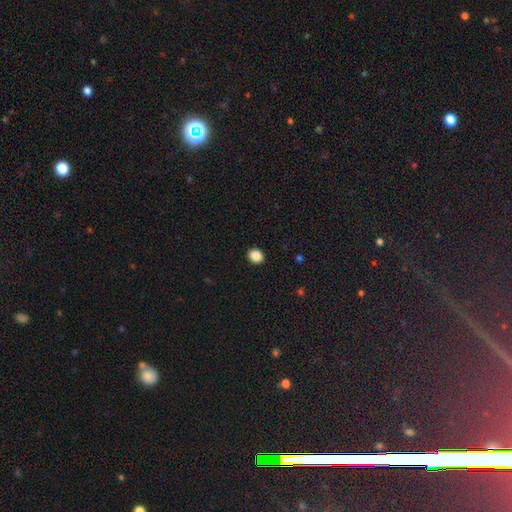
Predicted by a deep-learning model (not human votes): A smooth galaxy with no disk features (88%) that is round (60%). Merging: none (92%).